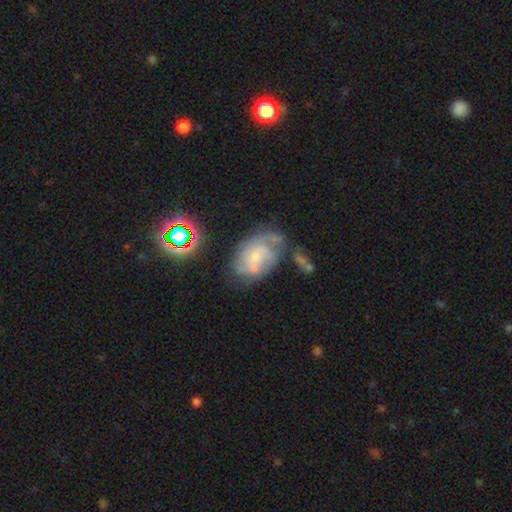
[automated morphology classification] A featured or disk galaxy (62%) with no bar (72%), spiral arms (76%) and a small central bulge (67%).

Vote fractions:
- Smooth or featured? featured or disk: 62% / smooth: 27% / star or artifact: 11%
- Edge-on disk? no: 97% / yes: 3%
- Bar? no: 72% / weak: 24% / strong: 4%
- Spiral arms? yes: 76% / no: 24%
- Bulge size? small: 67% / moderate: 22% / none: 7% / large: 2% / dominant: 1%
- Merging? none: 38% / minor disturbance: 25% / major disturbance: 20% / merger: 17%